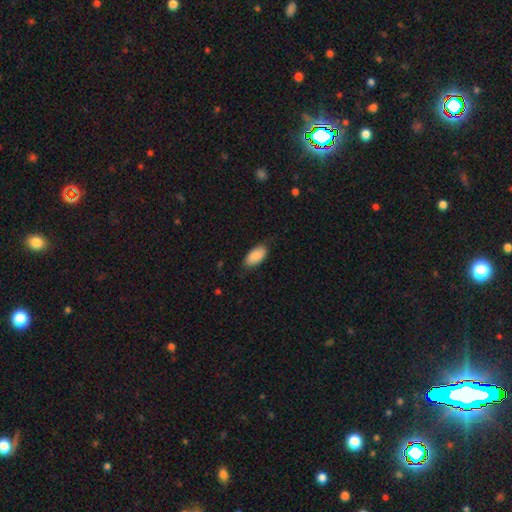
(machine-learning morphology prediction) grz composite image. It shows a smooth galaxy with no disk features (88%) that is in between round and cigar-shaped (94%). Merging: none (77%).